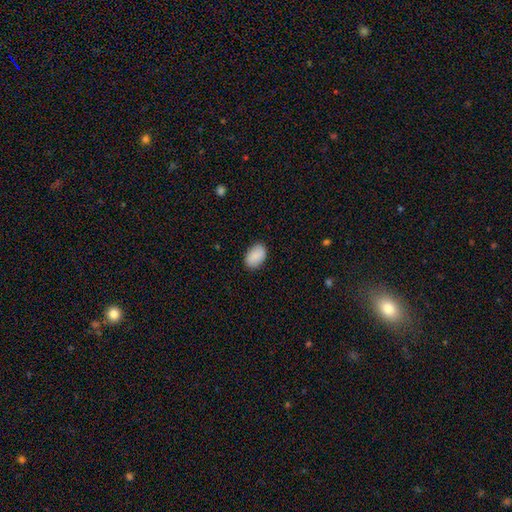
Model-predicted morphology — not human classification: Smooth or featured? Predicted: smooth (p=0.90). How rounded? Predicted: in between (p=0.90). Merging? Predicted: none (p=0.87).